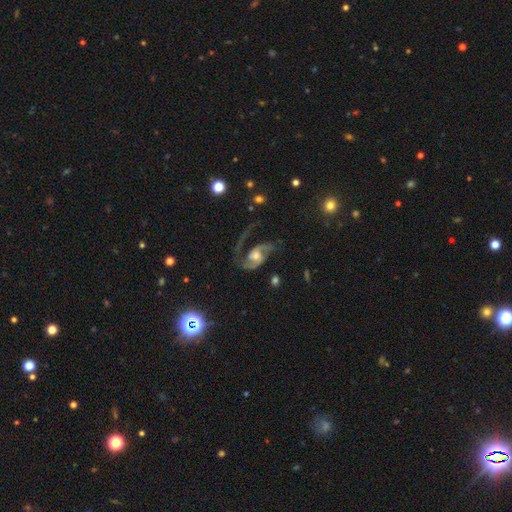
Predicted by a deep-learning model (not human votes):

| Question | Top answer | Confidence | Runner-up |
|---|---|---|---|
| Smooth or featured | featured or disk | 85% | smooth (9%) |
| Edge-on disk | no | 97% | yes (3%) |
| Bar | no | 60% | weak (31%) |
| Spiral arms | yes | 95% | no (5%) |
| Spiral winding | medium | 44% | loose (43%) |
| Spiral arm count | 2 | 79% | 1 (10%) |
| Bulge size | moderate | 62% | small (26%) |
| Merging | none | 43% | major disturbance (36%) |